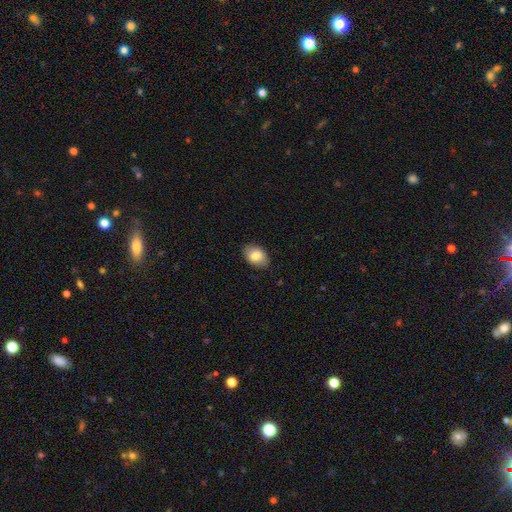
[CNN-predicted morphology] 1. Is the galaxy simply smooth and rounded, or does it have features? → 84% smooth, 10% featured or disk, 7% star or artifact.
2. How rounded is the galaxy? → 84% in between, 15% round, 1% cigar-shaped.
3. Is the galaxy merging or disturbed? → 84% none, 13% minor disturbance, 3% major disturbance, 1% merger.